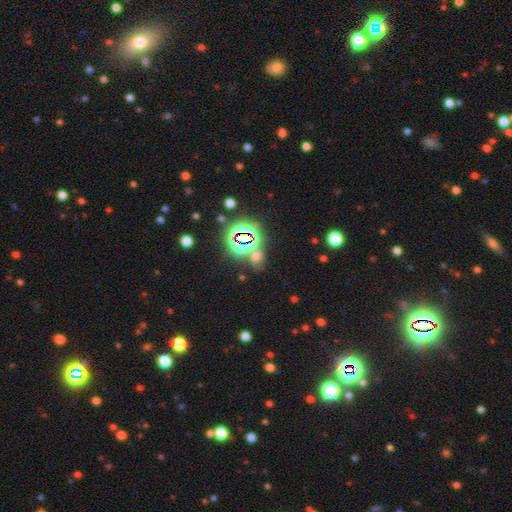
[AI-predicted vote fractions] smooth-or-featured: star or artifact: 59% | smooth: 32% | featured or disk: 8%